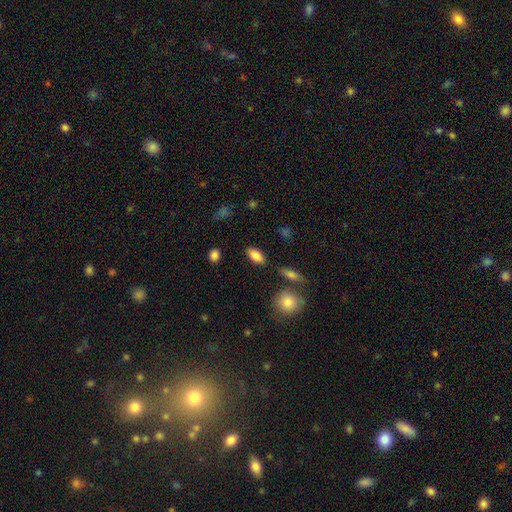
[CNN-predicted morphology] The model was most divided on "merging": none: 83%, minor disturbance: 11%, merger: 3%, major disturbance: 3%. More confident: how rounded — in between (89%); smooth or featured — smooth (84%).